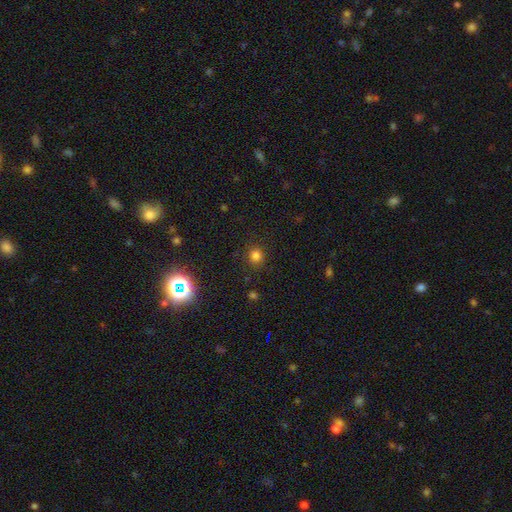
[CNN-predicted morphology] smooth_or_featured: smooth (p=0.79) [alt: star or artifact p=0.16]
how_rounded: round (p=0.88) [alt: in between p=0.11]
merging: none (p=0.88) [alt: minor disturbance p=0.08]